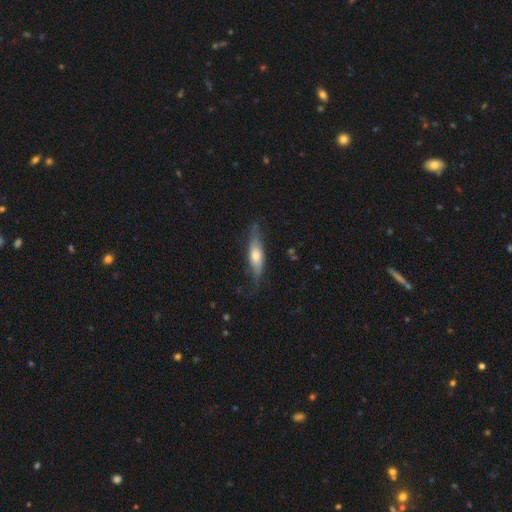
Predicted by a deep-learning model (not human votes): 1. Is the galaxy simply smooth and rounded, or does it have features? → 52% smooth, 42% featured or disk, 6% star or artifact.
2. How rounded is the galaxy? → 51% cigar-shaped, 46% in between, 2% round.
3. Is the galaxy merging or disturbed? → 64% none, 26% minor disturbance, 9% major disturbance, 2% merger.